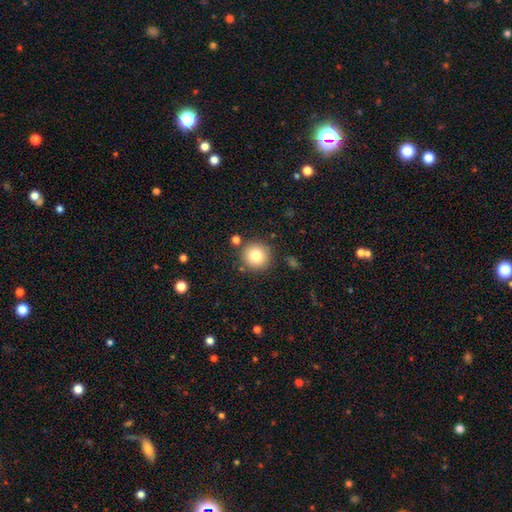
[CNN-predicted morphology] This appears to be a smooth galaxy with no disk features (80%) that is round (94%). Merging: none (85%).